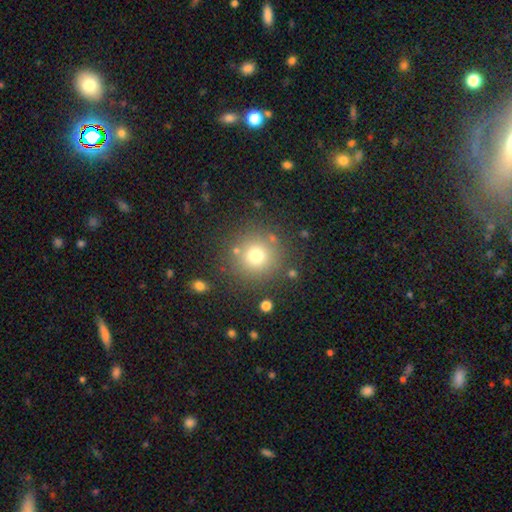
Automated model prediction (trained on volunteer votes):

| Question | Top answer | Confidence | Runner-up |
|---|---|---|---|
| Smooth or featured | smooth | 72% | star or artifact (16%) |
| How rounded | round | 94% | in between (5%) |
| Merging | none | 83% | minor disturbance (8%) |